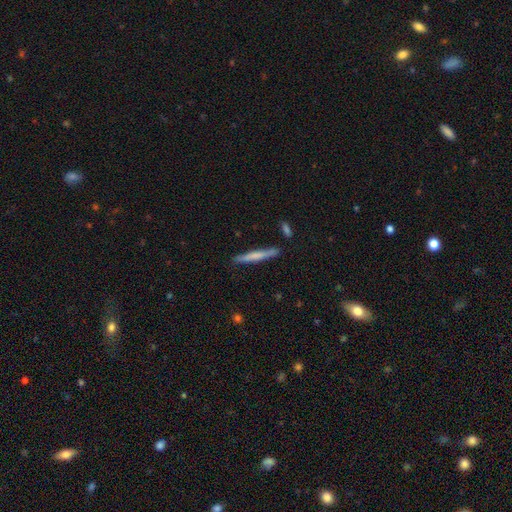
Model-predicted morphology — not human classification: smooth_or_featured: smooth (p=0.56) [alt: featured or disk p=0.38]
how_rounded: cigar-shaped (p=0.96) [alt: in between p=0.03]
merging: none (p=0.86) [alt: minor disturbance p=0.09]